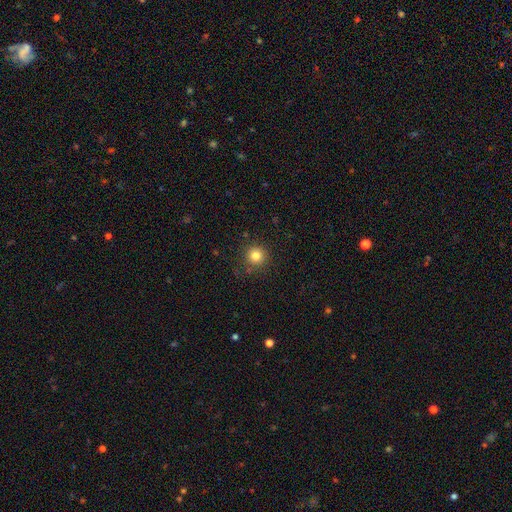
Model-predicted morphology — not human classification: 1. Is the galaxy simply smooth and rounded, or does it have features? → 82% smooth, 12% star or artifact, 6% featured or disk.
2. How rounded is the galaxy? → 94% round, 5% in between, 1% cigar-shaped.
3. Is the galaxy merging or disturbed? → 86% none, 9% minor disturbance, 3% major disturbance, 2% merger.